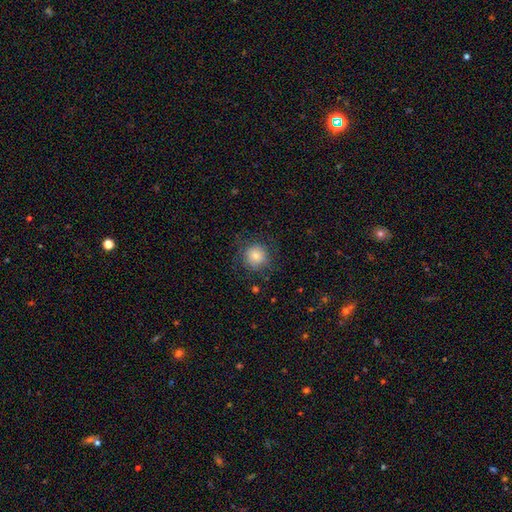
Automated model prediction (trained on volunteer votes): smooth_or_featured: smooth (p=0.79) [alt: featured or disk p=0.11]
how_rounded: round (p=0.92) [alt: in between p=0.07]
merging: none (p=0.77) [alt: minor disturbance p=0.14]